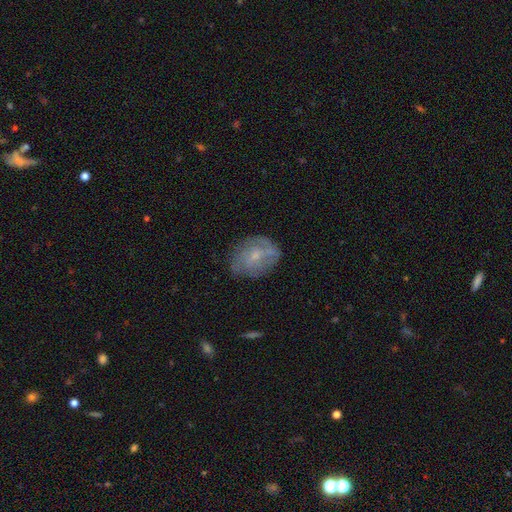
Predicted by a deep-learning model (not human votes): A featured or disk galaxy (52%) with no bar (65%), spiral arms (57%) and a small central bulge (60%). Merging: none (66%).